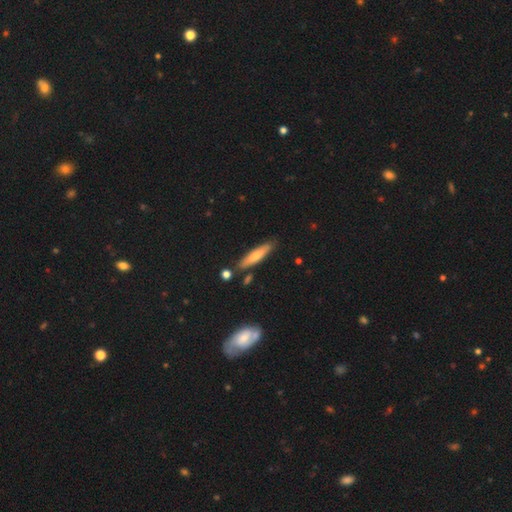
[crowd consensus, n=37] Smooth or featured?
  - smooth: 68% *
  - featured or disk: 30%
  - star or artifact: 3%
How rounded?
  - cigar-shaped: 88% *
  - in between: 12%
  - round: 0%
Merging?
  - none: 83% *
  - minor disturbance: 8%
  - merger: 8%
  - major disturbance: 0%